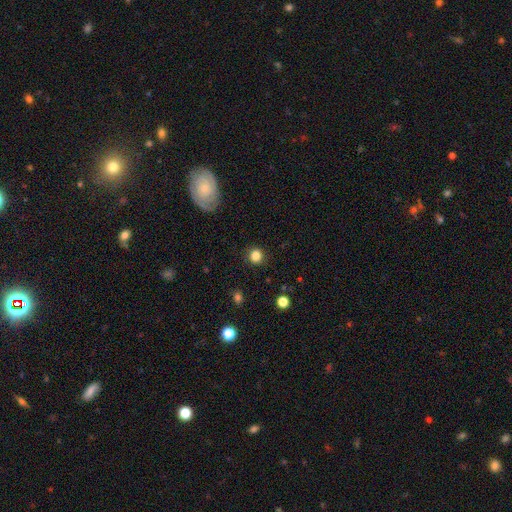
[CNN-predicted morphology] This appears to be a smooth galaxy with no disk features (83%) that is round (91%). Merging: none (90%).